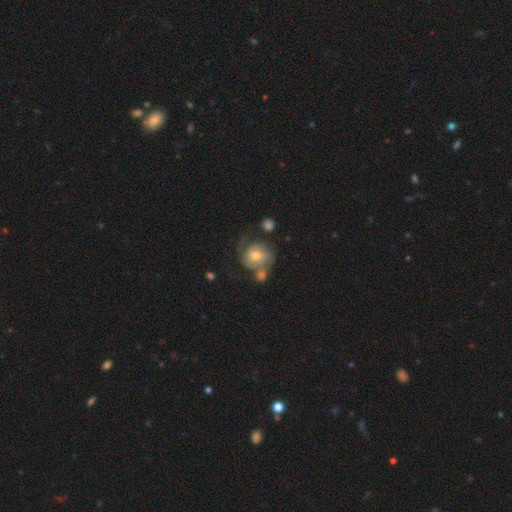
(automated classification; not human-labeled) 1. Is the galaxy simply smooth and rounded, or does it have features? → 57% featured or disk, 34% smooth, 8% star or artifact.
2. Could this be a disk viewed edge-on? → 97% no, 3% yes.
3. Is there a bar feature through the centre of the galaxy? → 55% no, 36% weak, 8% strong.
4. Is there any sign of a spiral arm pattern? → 80% yes, 20% no.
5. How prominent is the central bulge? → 64% moderate, 28% small, 5% large, 2% none, 1% dominant.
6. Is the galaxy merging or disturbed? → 42% none, 24% merger, 20% minor disturbance, 14% major disturbance.